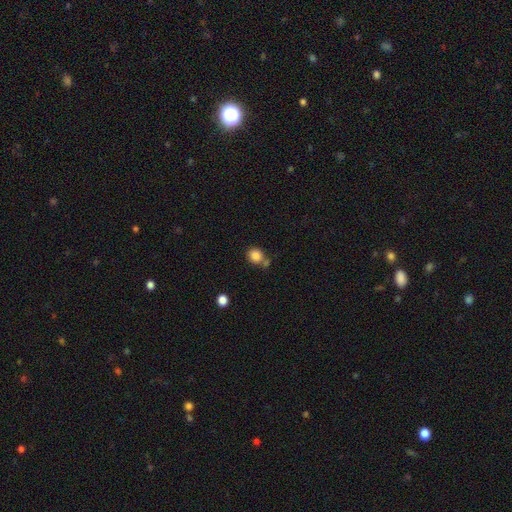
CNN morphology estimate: The model was most divided on "merging": none: 60%, merger: 22%, minor disturbance: 13%, major disturbance: 4%. More confident: smooth or featured — smooth (84%); how rounded — round (82%).